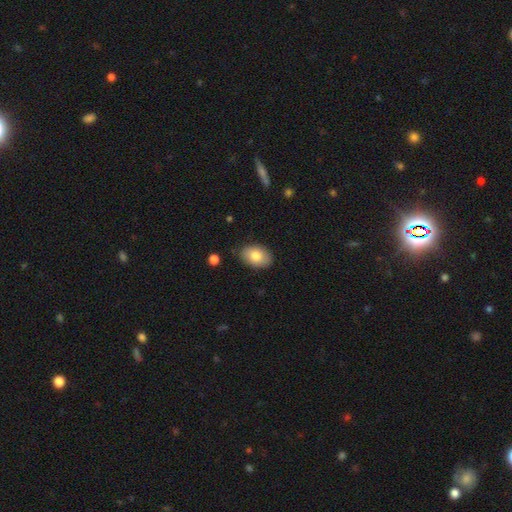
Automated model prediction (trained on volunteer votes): smooth_or_featured: smooth (p=0.81) [alt: featured or disk p=0.12]
how_rounded: in between (p=0.87) [alt: round p=0.12]
merging: none (p=0.83) [alt: minor disturbance p=0.13]